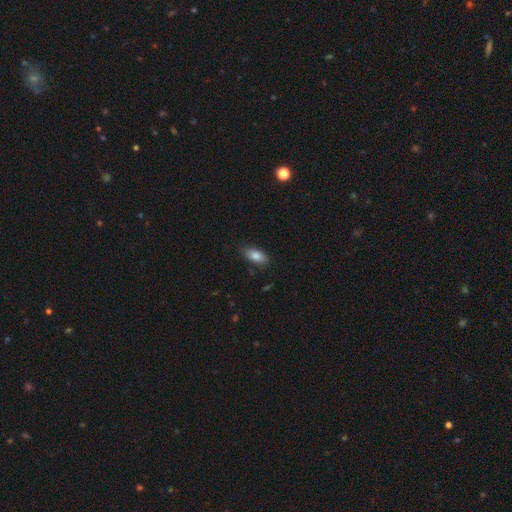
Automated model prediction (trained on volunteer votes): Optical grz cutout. It shows a smooth galaxy with no disk features (83%) that is in between round and cigar-shaped (88%). Merging: none (82%).